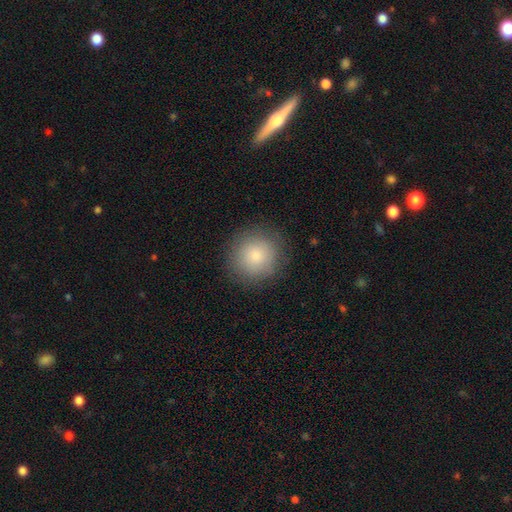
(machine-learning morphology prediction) Smooth or featured? smooth (81%)
How rounded? round (93%)
Merging? none (88%)